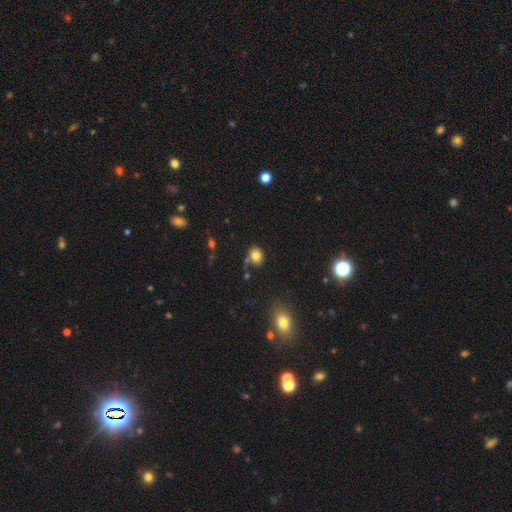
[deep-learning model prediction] Smooth or featured? smooth (80%)
How rounded? round (63%)
Merging? none (64%)